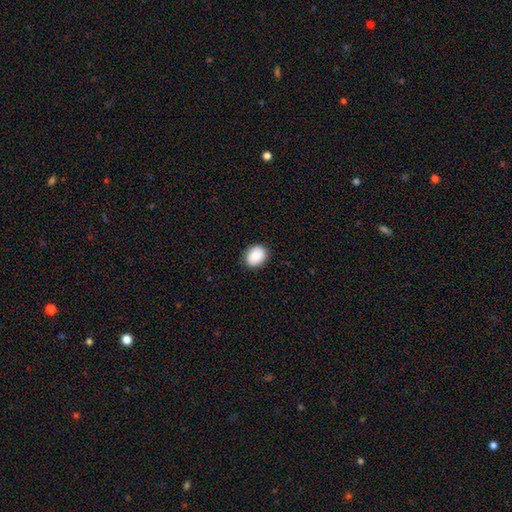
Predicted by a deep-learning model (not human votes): smooth_or_featured: smooth (p=0.87) [alt: star or artifact p=0.07]
how_rounded: round (p=0.57) [alt: in between p=0.42]
merging: none (p=0.89) [alt: minor disturbance p=0.08]